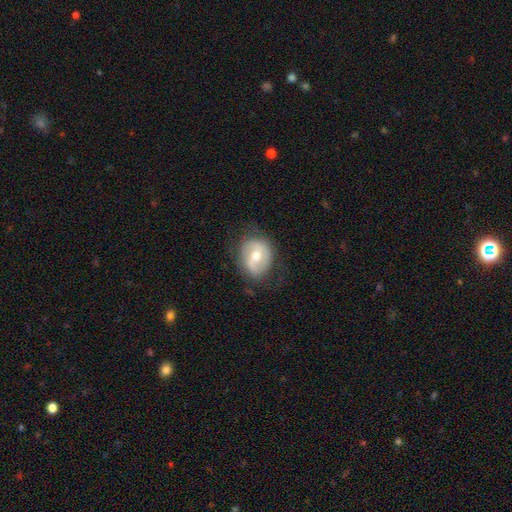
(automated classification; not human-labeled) This appears to be a featured or disk galaxy (56%) with a weak bar (45%), spiral arms (61%) and a moderate central bulge (67%). Merging: none (70%).